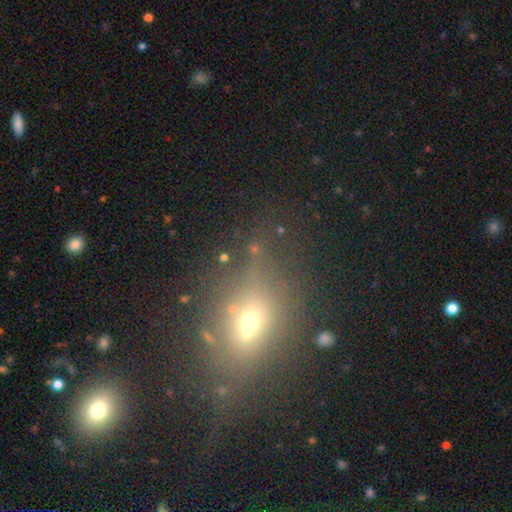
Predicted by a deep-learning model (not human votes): A smooth galaxy with no disk features (46%). Merging: none (66%).